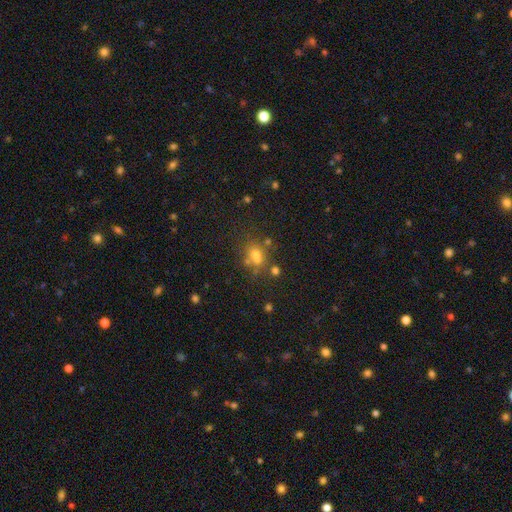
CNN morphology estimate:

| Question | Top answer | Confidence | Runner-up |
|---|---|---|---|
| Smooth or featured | smooth | 62% | star or artifact (26%) |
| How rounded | round | 51% | in between (47%) |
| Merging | none | 57% | merger (21%) |